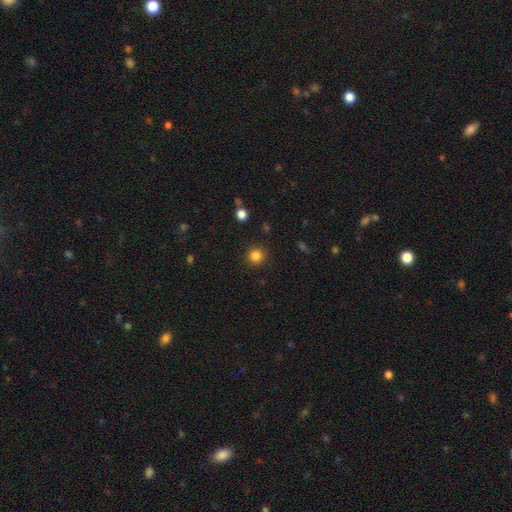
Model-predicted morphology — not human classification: A smooth galaxy with no disk features (84%) that is round (94%). Merging: none (90%).